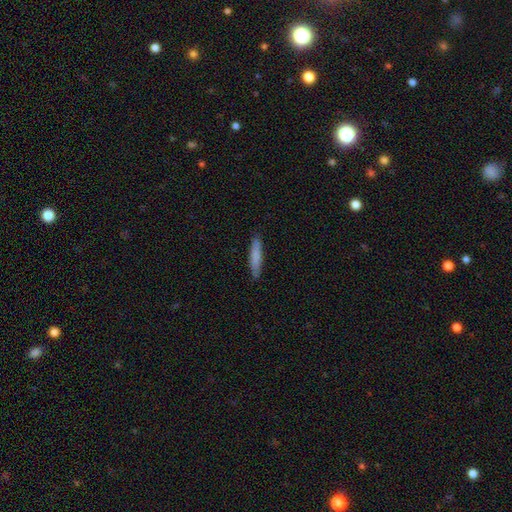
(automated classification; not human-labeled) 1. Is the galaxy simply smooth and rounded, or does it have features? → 78% smooth, 16% featured or disk, 6% star or artifact.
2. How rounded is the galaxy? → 90% cigar-shaped, 8% in between, 1% round.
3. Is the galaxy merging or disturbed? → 88% none, 9% minor disturbance, 2% major disturbance, 1% merger.